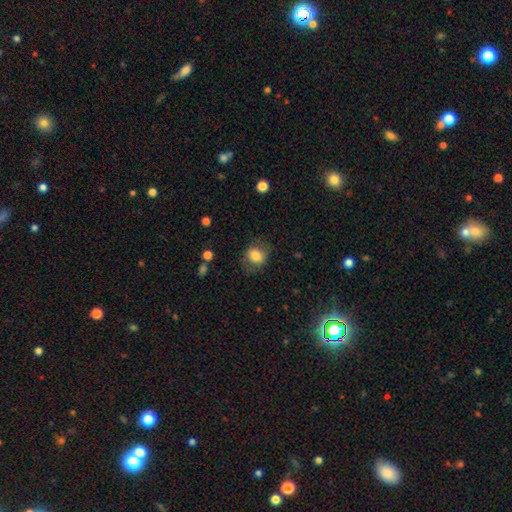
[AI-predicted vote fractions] Smooth or featured? Predicted: smooth (p=0.77). How rounded? Predicted: round (p=0.51). Merging? Predicted: none (p=0.69).